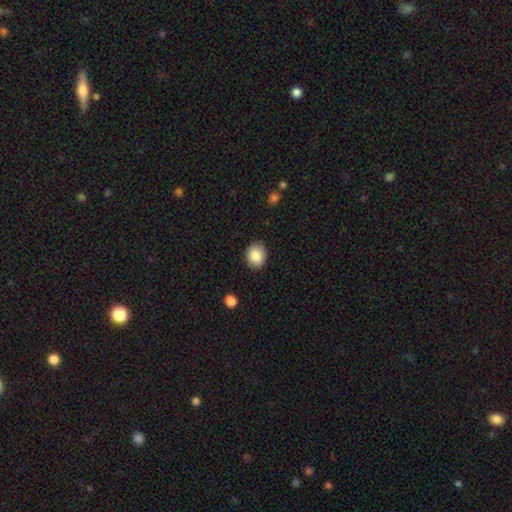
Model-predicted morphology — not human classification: smooth-or-featured: smooth: 86% | star or artifact: 8% | featured or disk: 6%
  how-rounded: round: 52% | in between: 47% | cigar-shaped: 1%
  merging: none: 85% | minor disturbance: 12% | major disturbance: 2% | merger: 1%